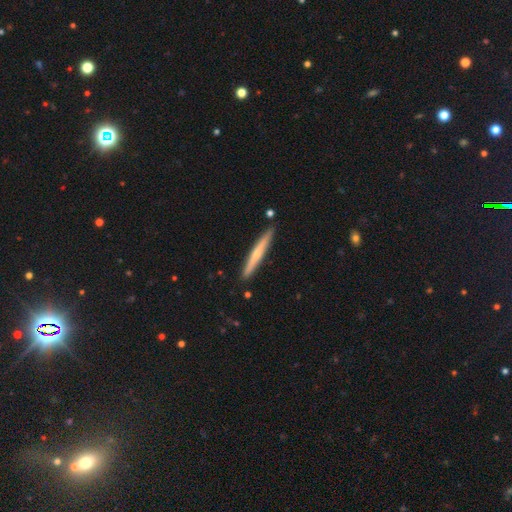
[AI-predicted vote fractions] A featured or disk galaxy (52%) viewed edge-on (96%) with a rounded central bulge (57%).

Vote fractions:
- Smooth or featured? featured or disk: 52% / smooth: 42% / star or artifact: 6%
- Edge-on disk? yes: 96% / no: 4%
- Edge-on bulge? rounded: 57% / none: 39% / boxy: 4%
- Merging? none: 90% / minor disturbance: 7% / merger: 2% / major disturbance: 1%